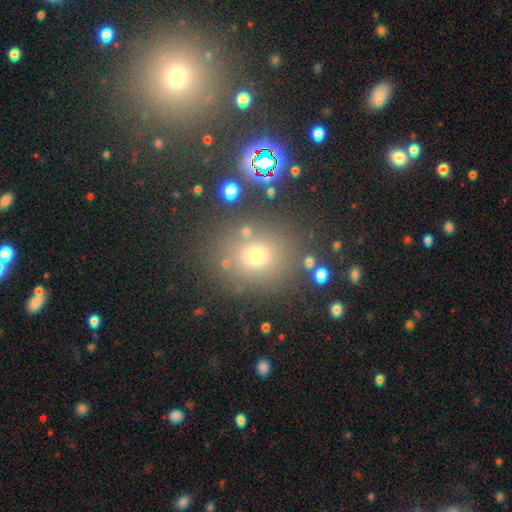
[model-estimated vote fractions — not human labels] smooth_or_featured: smooth (p=0.68) [alt: star or artifact p=0.22]
how_rounded: round (p=0.71) [alt: in between p=0.27]
merging: none (p=0.79) [alt: minor disturbance p=0.10]